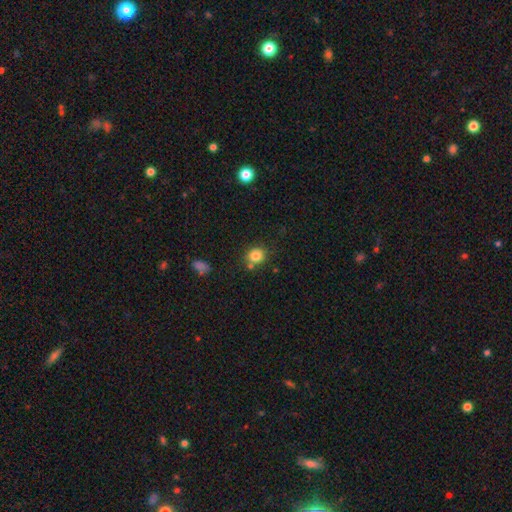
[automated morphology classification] smooth-or-featured: smooth: 82% | star or artifact: 11% | featured or disk: 7%
  how-rounded: round: 80% | in between: 19% | cigar-shaped: 1%
  merging: none: 70% | minor disturbance: 13% | merger: 12% | major disturbance: 4%